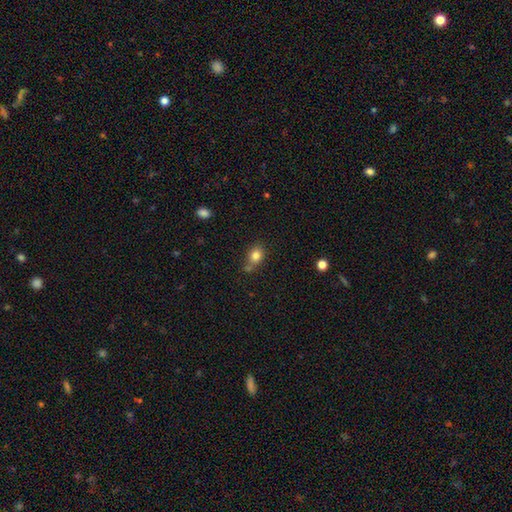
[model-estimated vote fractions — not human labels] This is clearly a smooth galaxy (81%). How rounded: possibly in between (53%). Merging: likely none (62%).